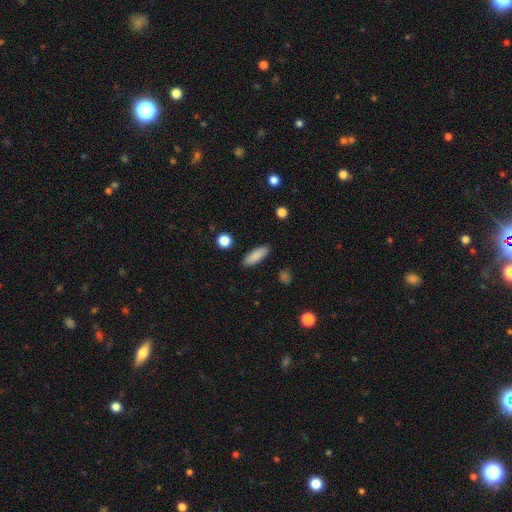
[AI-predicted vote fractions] Morphology: type=smooth (88%); roundness=in between (56%); merging=none (89%).